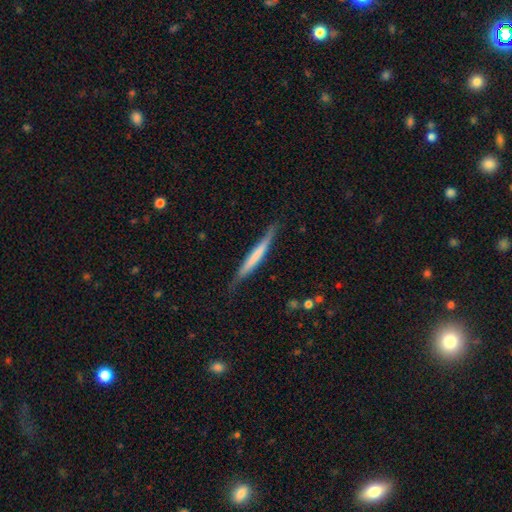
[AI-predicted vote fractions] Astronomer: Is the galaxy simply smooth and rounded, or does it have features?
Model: smooth — 53% (runner-up: featured or disk, 42%).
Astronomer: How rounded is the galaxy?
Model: cigar-shaped — 96%.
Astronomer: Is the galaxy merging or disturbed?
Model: none — 76%.